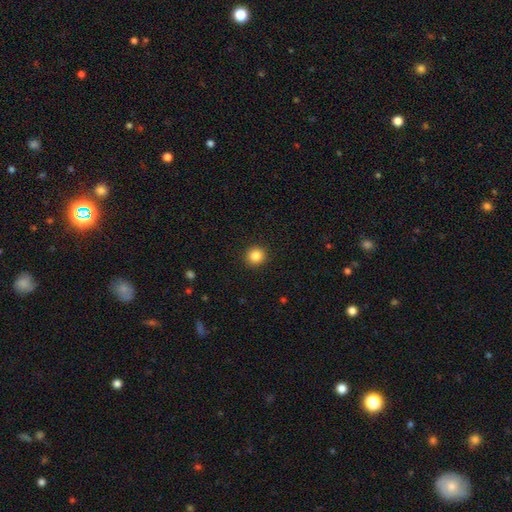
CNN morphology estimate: Q: Smooth or featured?
A: smooth (85%); runner-up: star or artifact (10%)
Q: How rounded?
A: round (93%); runner-up: in between (6%)
Q: Merging?
A: none (92%); runner-up: minor disturbance (5%)